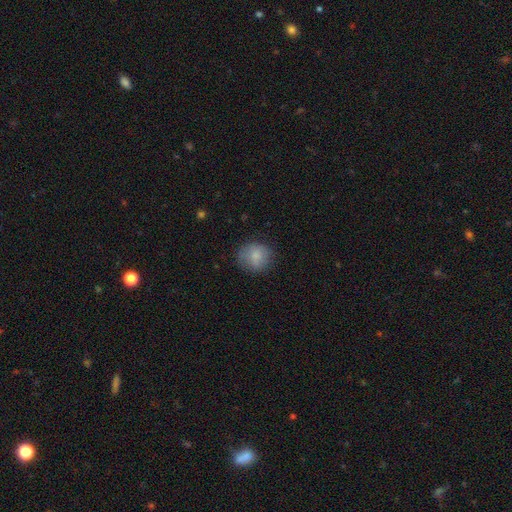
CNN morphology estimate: Smooth or featured? Predicted: smooth (p=0.80). How rounded? Predicted: round (p=0.83). Merging? Predicted: none (p=0.74).